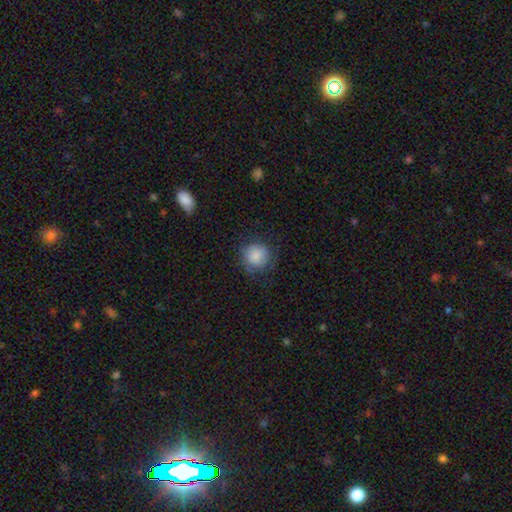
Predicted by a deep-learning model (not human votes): smooth_or_featured: smooth (p=0.84) [alt: featured or disk p=0.09]
how_rounded: round (p=0.90) [alt: in between p=0.10]
merging: none (p=0.74) [alt: minor disturbance p=0.18]